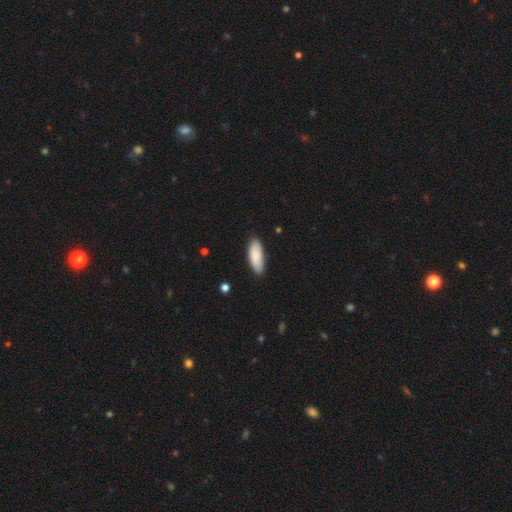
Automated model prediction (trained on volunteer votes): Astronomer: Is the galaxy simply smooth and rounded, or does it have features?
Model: smooth — 86%.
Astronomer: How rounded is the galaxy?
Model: in between — 73%.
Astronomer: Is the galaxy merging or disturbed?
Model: none — 83%.